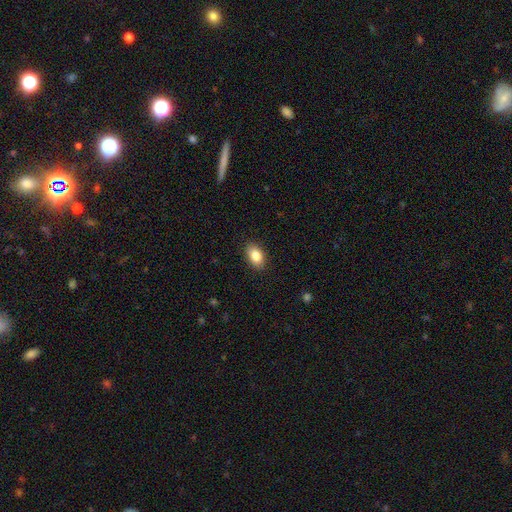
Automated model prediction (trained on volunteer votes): A smooth galaxy with no disk features (86%) that is in between round and cigar-shaped (89%). Merging: none (88%).